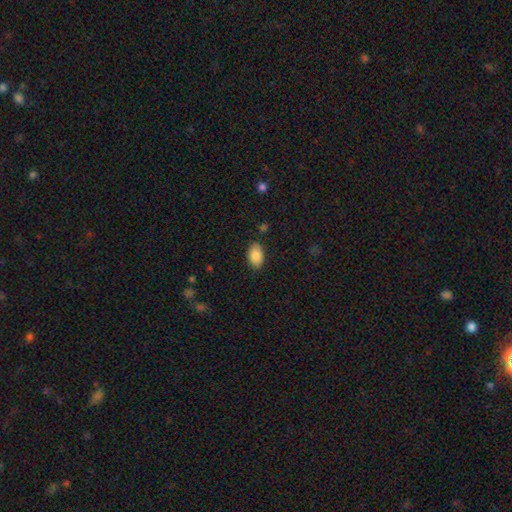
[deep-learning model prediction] Smooth or featured: smooth — 87% (star or artifact — 7%)
How rounded: in between — 92% (round — 7%)
Merging: none — 84% (minor disturbance — 12%)